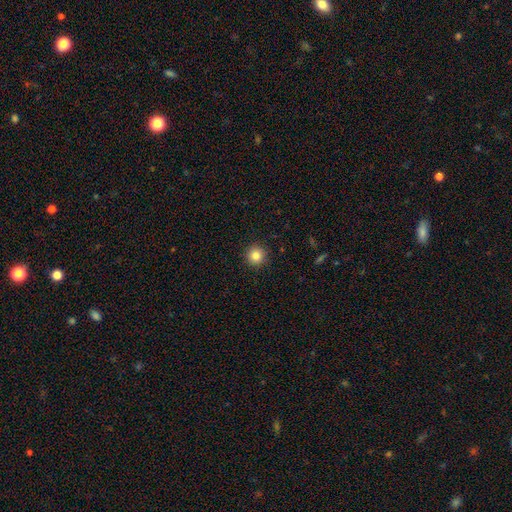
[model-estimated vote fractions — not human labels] Morphology: type=smooth (84%); roundness=round (95%); merging=none (92%).